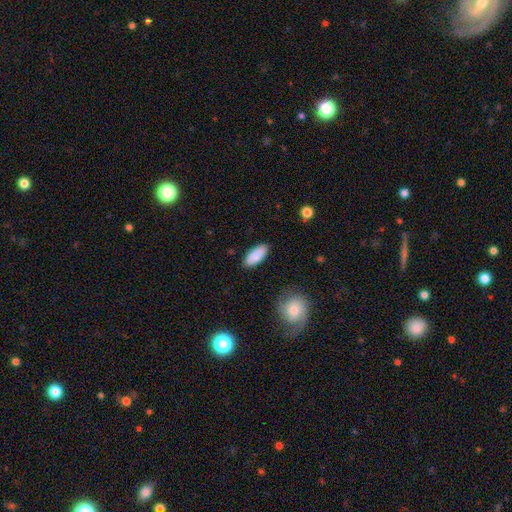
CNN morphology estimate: smooth-or-featured: smooth: 84% | featured or disk: 10% | star or artifact: 6%
  how-rounded: in between: 84% | cigar-shaped: 14% | round: 2%
  merging: none: 84% | minor disturbance: 12% | major disturbance: 3% | merger: 2%